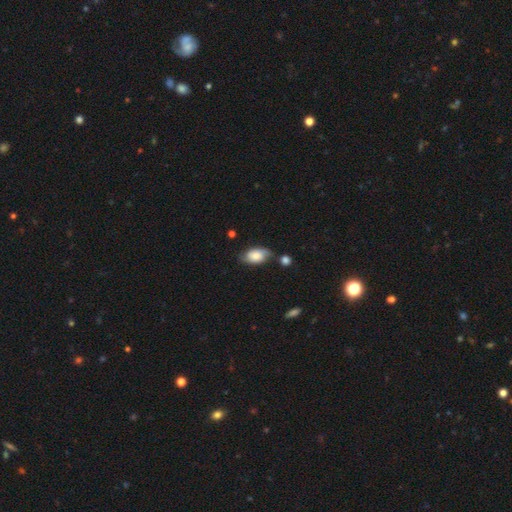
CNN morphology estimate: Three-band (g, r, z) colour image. It shows a smooth galaxy with no disk features (67%) that is in between round and cigar-shaped (91%). Merging: none (58%).